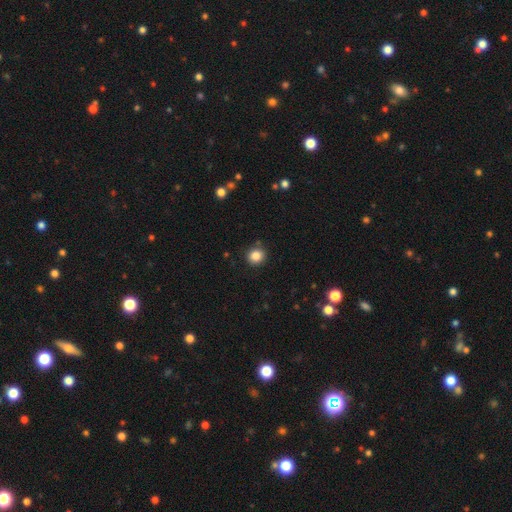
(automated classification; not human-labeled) smooth 85%, star or artifact 11%, featured or disk 4%. Down the decision tree: how rounded — round (86%); merging — none (87%).